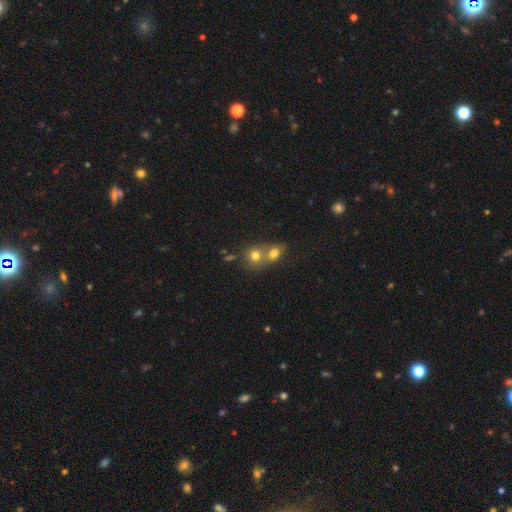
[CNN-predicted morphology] This is likely a smooth galaxy (73%). How rounded: likely round (73%). Merging: likely merger (61%).